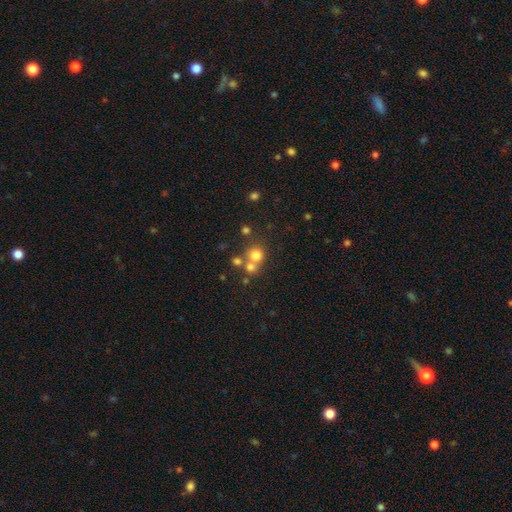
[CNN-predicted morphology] A smooth galaxy with no disk features (72%) that is round (88%). Merging: none (49%).